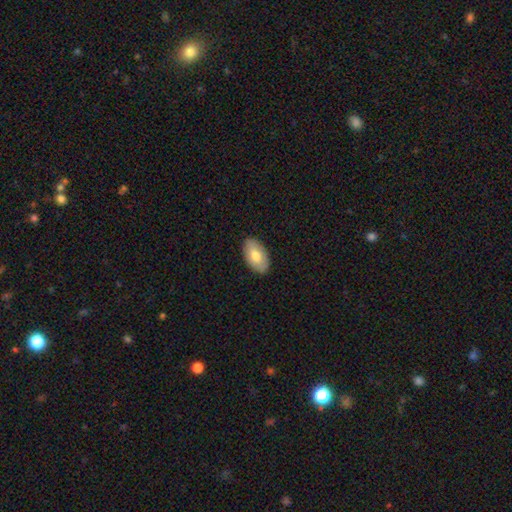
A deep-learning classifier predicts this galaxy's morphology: Smooth or featured? Predicted: smooth (p=0.75). How rounded? Predicted: in between (p=0.95). Merging? Predicted: none (p=0.88).